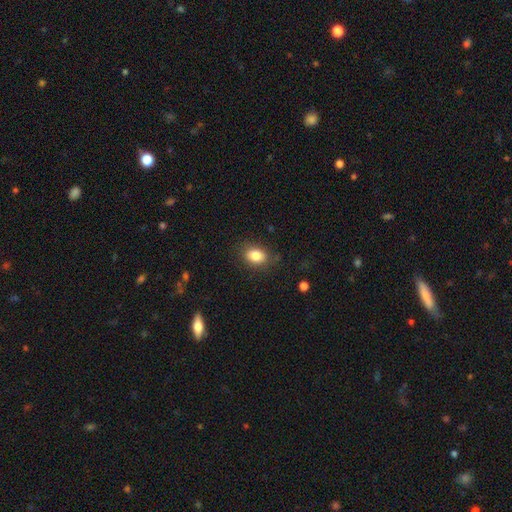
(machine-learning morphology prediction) Smooth or featured?
  - smooth: 84% *
  - star or artifact: 9%
  - featured or disk: 7%
How rounded?
  - in between: 71% *
  - round: 28%
  - cigar-shaped: 1%
Merging?
  - none: 82% *
  - minor disturbance: 13%
  - major disturbance: 4%
  - merger: 2%